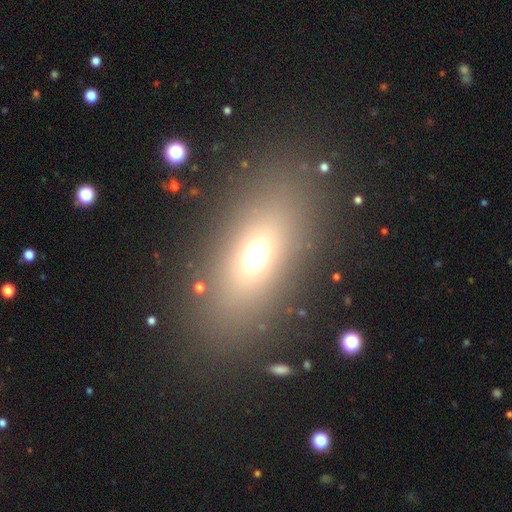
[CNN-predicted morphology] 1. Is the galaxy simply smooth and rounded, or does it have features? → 63% smooth, 20% star or artifact, 17% featured or disk.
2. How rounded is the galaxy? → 74% in between, 16% round, 10% cigar-shaped.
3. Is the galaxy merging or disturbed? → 83% none, 8% minor disturbance, 6% major disturbance, 2% merger.